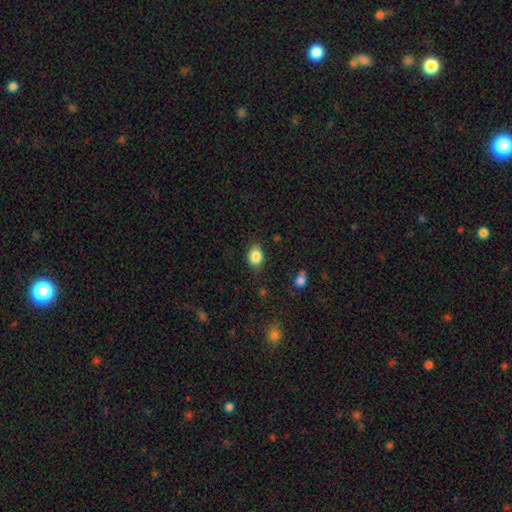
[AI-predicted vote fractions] Smooth or featured: smooth — 87% (star or artifact — 9%)
How rounded: in between — 72% (round — 27%)
Merging: none — 82% (minor disturbance — 13%)